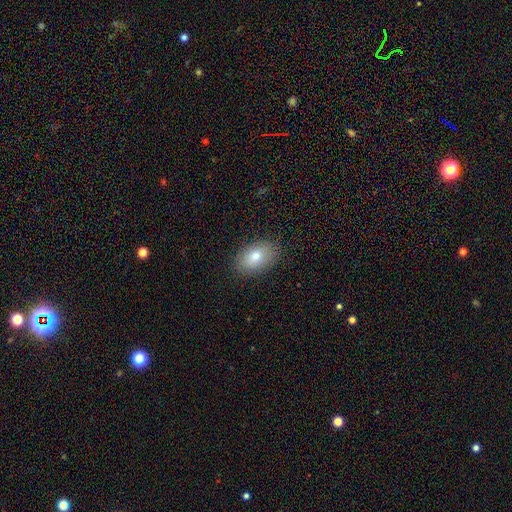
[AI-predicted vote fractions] smooth 77%, featured or disk 14%, star or artifact 9%. Down the decision tree: how rounded — in between (87%); merging — none (88%).